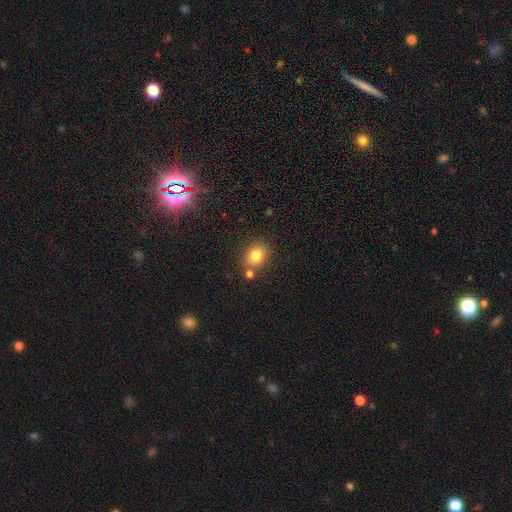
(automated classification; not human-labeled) A smooth galaxy with no disk features (81%) that is round (58%). Merging: none (70%).